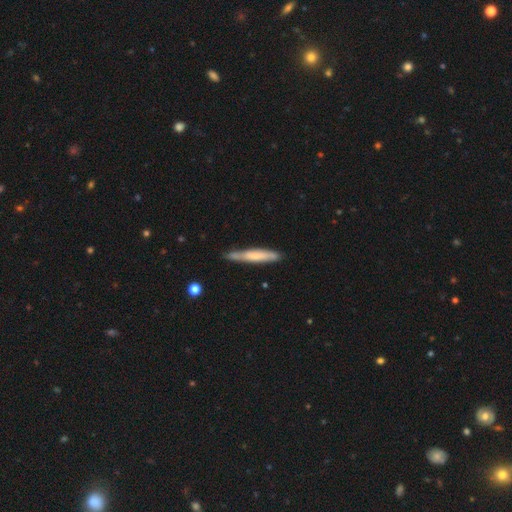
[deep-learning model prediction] Smooth or featured? Predicted: smooth (p=0.57). How rounded? Predicted: cigar-shaped (p=0.93). Merging? Predicted: none (p=0.72).